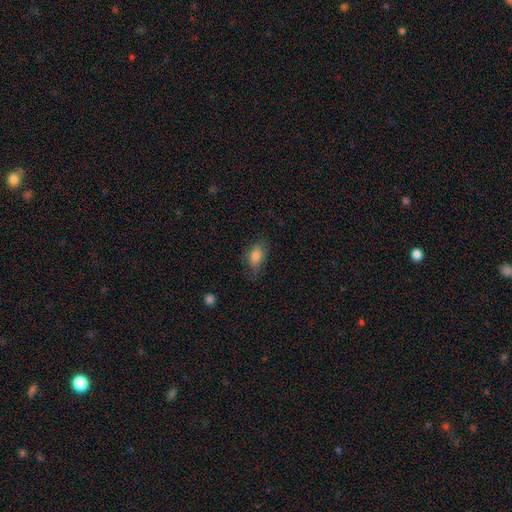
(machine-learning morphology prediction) A smooth galaxy with no disk features (80%) that is in between round and cigar-shaped (86%). Merging: none (64%).